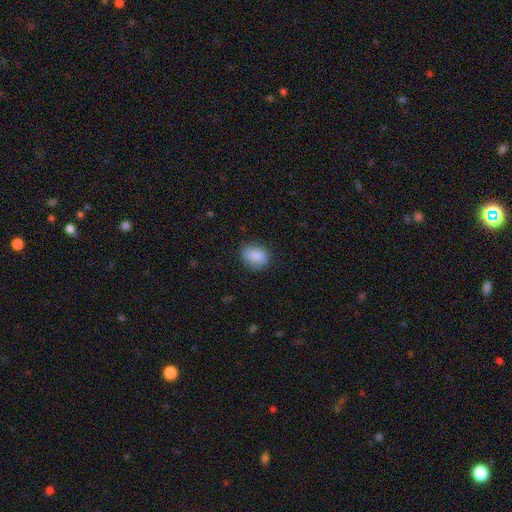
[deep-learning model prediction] Morphology: type=smooth (87%); roundness=in between (61%); merging=none (82%).